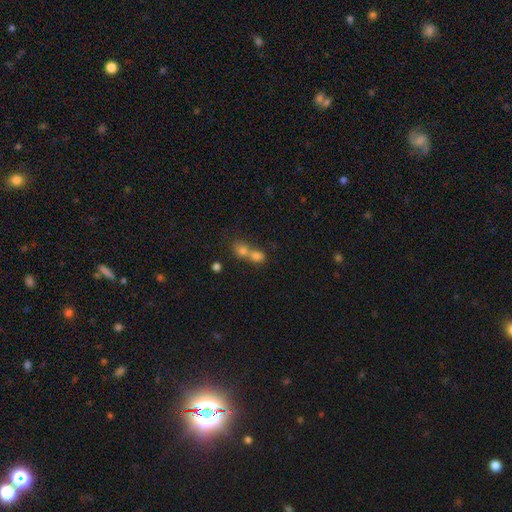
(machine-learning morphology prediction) Smooth or featured?
  - smooth: 73% *
  - featured or disk: 14%
  - star or artifact: 13%
How rounded?
  - round: 49% *
  - in between: 48%
  - cigar-shaped: 3%
Merging?
  - merger: 72% *
  - none: 20%
  - minor disturbance: 5%
  - major disturbance: 3%